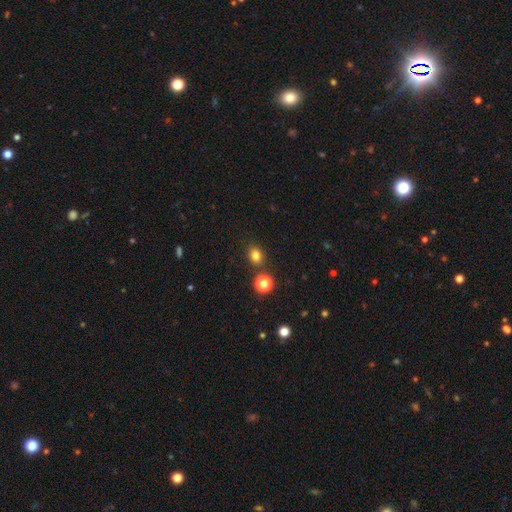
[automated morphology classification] smooth 80%, star or artifact 15%, featured or disk 5%. Down the decision tree: how rounded — round (56%); merging — none (80%).